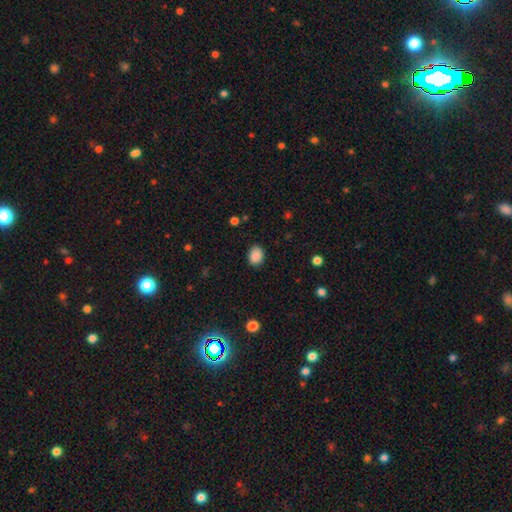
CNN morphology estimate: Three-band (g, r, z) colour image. It shows a smooth galaxy with no disk features (88%) that is in between round and cigar-shaped (53%). Merging: none (85%).